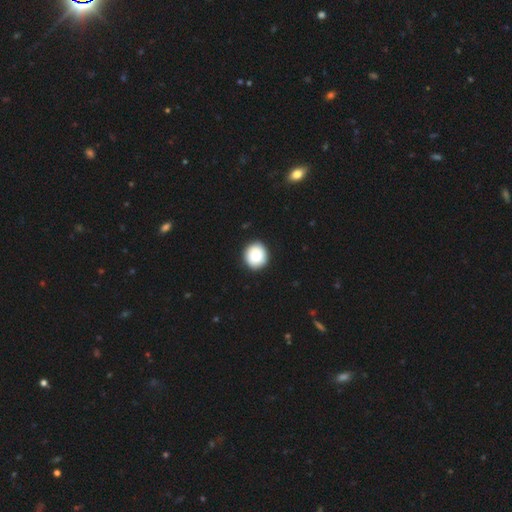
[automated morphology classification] Smooth or featured?
  - smooth: 82% *
  - featured or disk: 10%
  - star or artifact: 8%
How rounded?
  - round: 87% *
  - in between: 12%
  - cigar-shaped: 1%
Merging?
  - none: 91% *
  - minor disturbance: 7%
  - major disturbance: 2%
  - merger: 1%